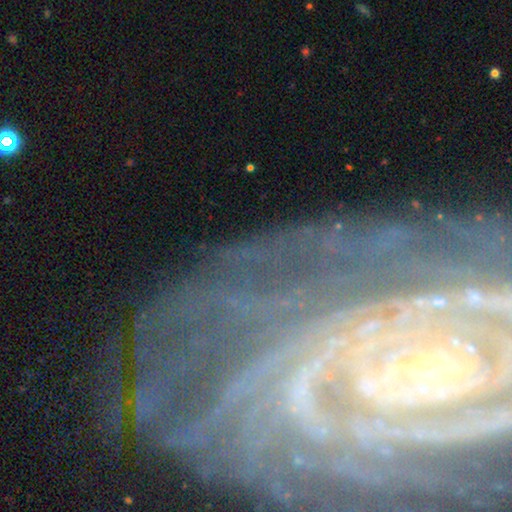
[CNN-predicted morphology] Q: Smooth or featured?
A: featured or disk (81%); runner-up: star or artifact (12%)
Q: Edge-on disk?
A: no (95%); runner-up: yes (5%)
Q: Bar?
A: no (43%); runner-up: strong (30%)
Q: Spiral arms?
A: yes (96%); runner-up: no (4%)
Q: Spiral winding?
A: tight (80%); runner-up: medium (16%)
Q: Spiral arm count?
A: can't tell (26%); runner-up: more than 4 (17%)
Q: Bulge size?
A: small (77%); runner-up: moderate (15%)
Q: Merging?
A: none (73%); runner-up: minor disturbance (15%)